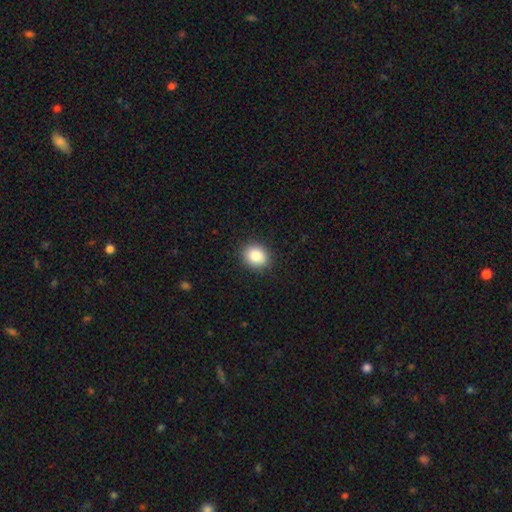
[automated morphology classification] Smooth or featured: smooth — 85% (star or artifact — 9%)
How rounded: round — 65% (in between — 34%)
Merging: none — 89% (minor disturbance — 8%)